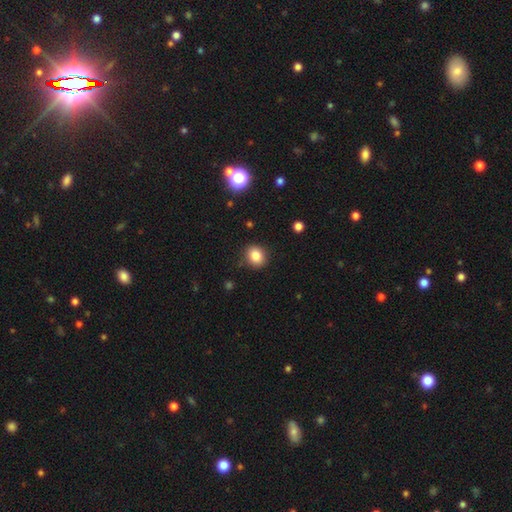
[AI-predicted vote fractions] Smooth or featured? smooth (83%)
How rounded? round (65%)
Merging? none (86%)